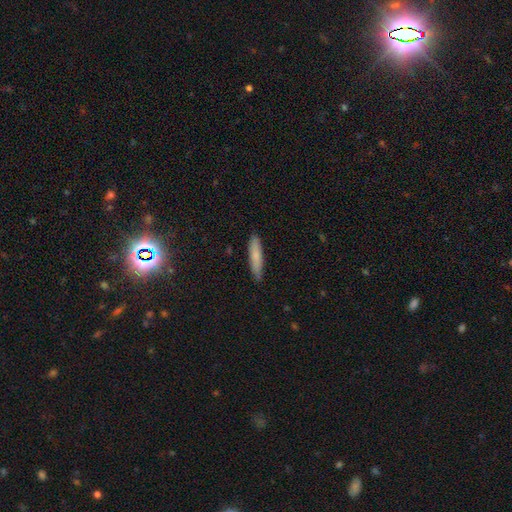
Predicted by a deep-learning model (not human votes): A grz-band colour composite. It shows a smooth galaxy with no disk features (78%) that is cigar-shaped (84%). Merging: none (87%).